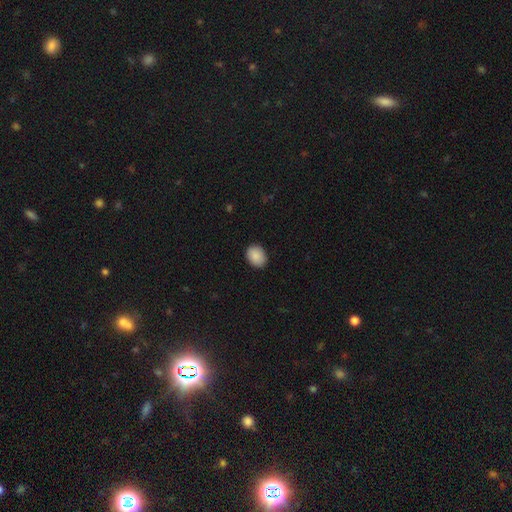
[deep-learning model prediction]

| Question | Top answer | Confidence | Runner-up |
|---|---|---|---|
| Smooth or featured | smooth | 89% | star or artifact (7%) |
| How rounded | in between | 59% | round (40%) |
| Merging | none | 89% | minor disturbance (9%) |